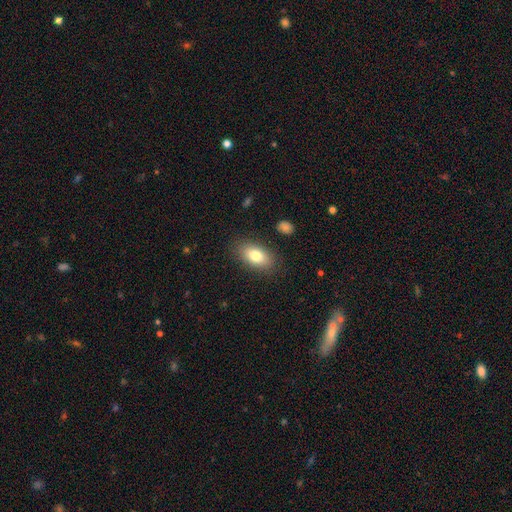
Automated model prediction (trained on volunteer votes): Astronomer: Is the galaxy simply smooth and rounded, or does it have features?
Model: smooth — 79%.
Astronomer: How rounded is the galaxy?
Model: in between — 90%.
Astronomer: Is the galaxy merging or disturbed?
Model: none — 85%.